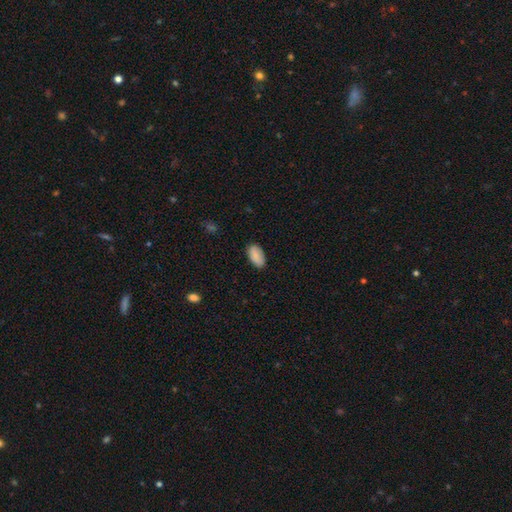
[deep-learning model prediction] Smooth or featured: smooth — 87% (star or artifact — 7%)
How rounded: in between — 95% (round — 3%)
Merging: none — 84% (minor disturbance — 12%)